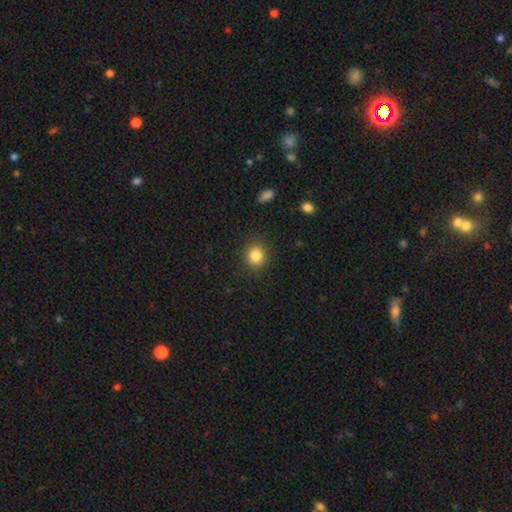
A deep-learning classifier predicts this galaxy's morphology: A smooth galaxy with no disk features (85%) that is round (82%).

Vote fractions:
- Smooth or featured? smooth: 85% / star or artifact: 10% / featured or disk: 5%
- How rounded? round: 82% / in between: 17% / cigar-shaped: 1%
- Merging? none: 88% / minor disturbance: 8% / major disturbance: 3% / merger: 1%